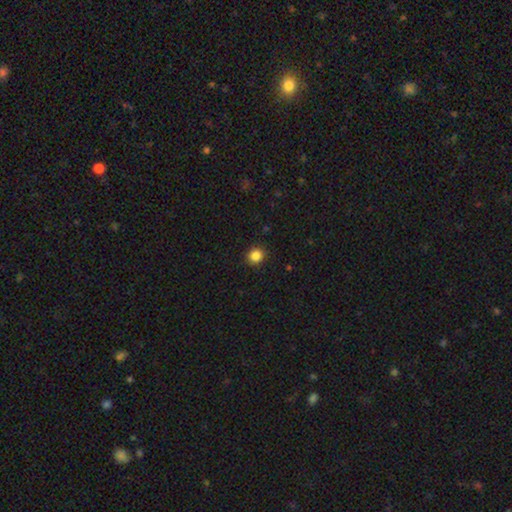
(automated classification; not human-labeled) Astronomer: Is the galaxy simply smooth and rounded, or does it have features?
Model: smooth — 85%.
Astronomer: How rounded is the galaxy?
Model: round — 89%.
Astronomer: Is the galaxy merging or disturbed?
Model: none — 92%.